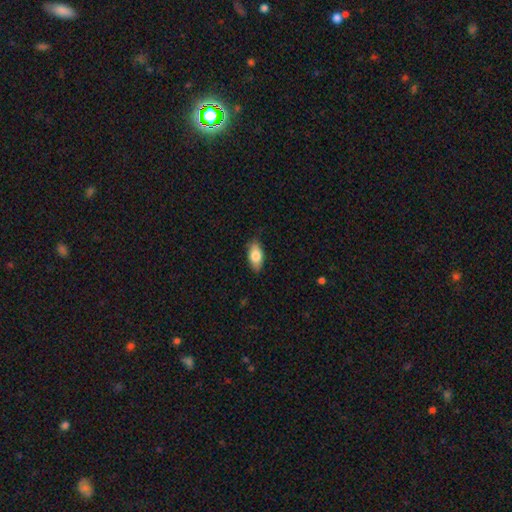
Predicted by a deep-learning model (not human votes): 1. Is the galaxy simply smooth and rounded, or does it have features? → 80% smooth, 13% featured or disk, 7% star or artifact.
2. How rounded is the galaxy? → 89% in between, 7% cigar-shaped, 3% round.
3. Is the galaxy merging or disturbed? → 85% none, 12% minor disturbance, 2% major disturbance, 1% merger.